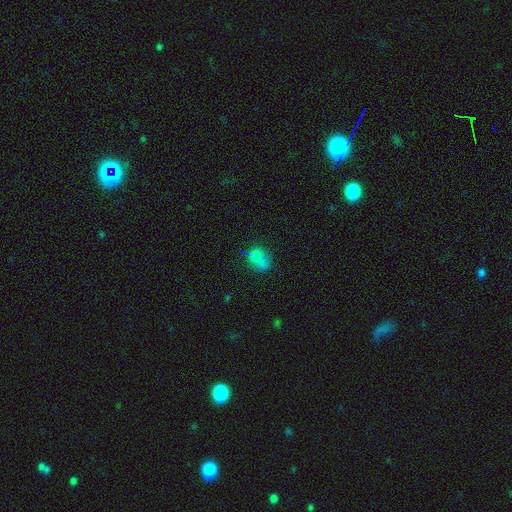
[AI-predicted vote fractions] Smooth or featured? Predicted: smooth (p=0.70). How rounded? Predicted: in between (p=0.60). Merging? Predicted: none (p=0.39).